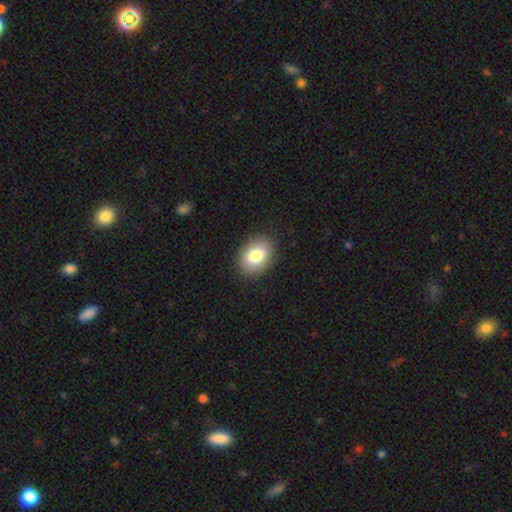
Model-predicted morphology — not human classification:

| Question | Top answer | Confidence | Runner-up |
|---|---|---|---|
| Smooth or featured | smooth | 81% | featured or disk (12%) |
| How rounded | in between | 78% | round (21%) |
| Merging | none | 88% | minor disturbance (8%) |